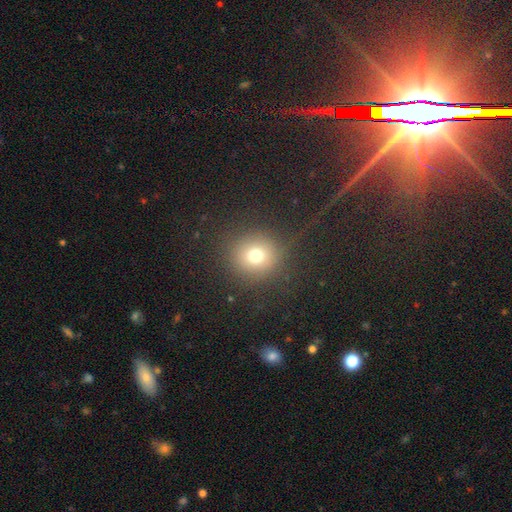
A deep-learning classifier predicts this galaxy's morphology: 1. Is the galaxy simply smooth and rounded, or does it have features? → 72% smooth, 18% star or artifact, 10% featured or disk.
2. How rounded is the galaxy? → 90% round, 9% in between, 1% cigar-shaped.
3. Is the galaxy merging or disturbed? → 85% none, 7% minor disturbance, 6% major disturbance, 1% merger.